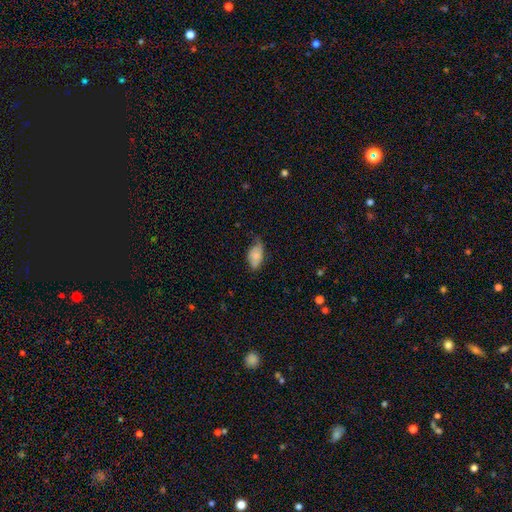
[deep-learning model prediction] Morphology: type=smooth (74%); roundness=in between (93%); merging=none (54%).